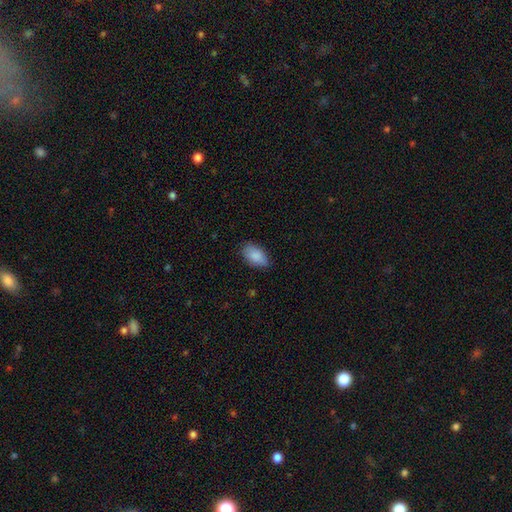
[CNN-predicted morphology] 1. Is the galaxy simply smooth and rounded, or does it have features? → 88% smooth, 7% star or artifact, 5% featured or disk.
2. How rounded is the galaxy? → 93% in between, 4% round, 2% cigar-shaped.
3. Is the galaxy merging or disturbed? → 79% none, 17% minor disturbance, 3% major disturbance, 1% merger.